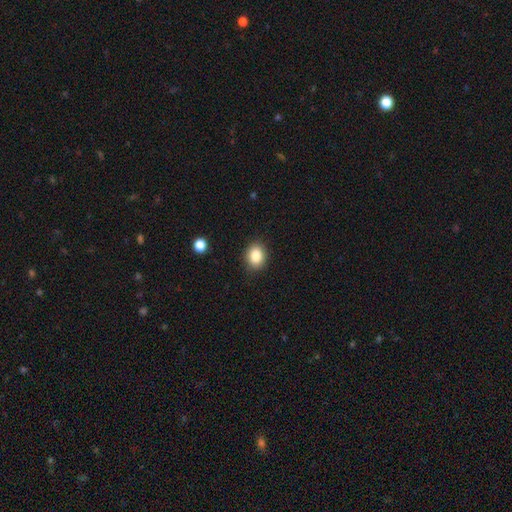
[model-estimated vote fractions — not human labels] smooth-or-featured: smooth: 85% | star or artifact: 9% | featured or disk: 5%
  how-rounded: round: 51% | in between: 49% | cigar-shaped: 1%
  merging: none: 88% | minor disturbance: 8% | major disturbance: 2% | merger: 1%